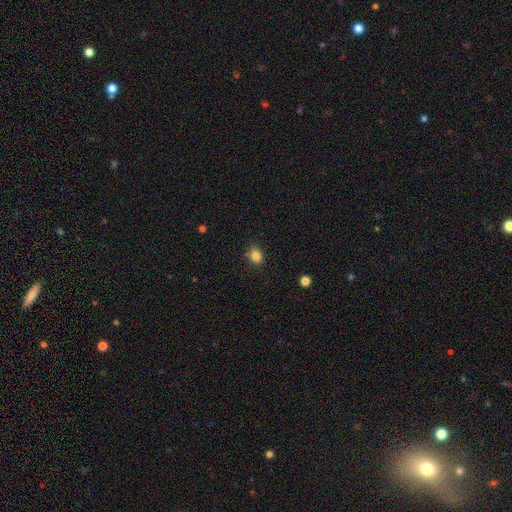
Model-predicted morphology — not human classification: This is clearly a smooth galaxy (84%). How rounded: possibly round (55%). Merging: clearly none (82%).